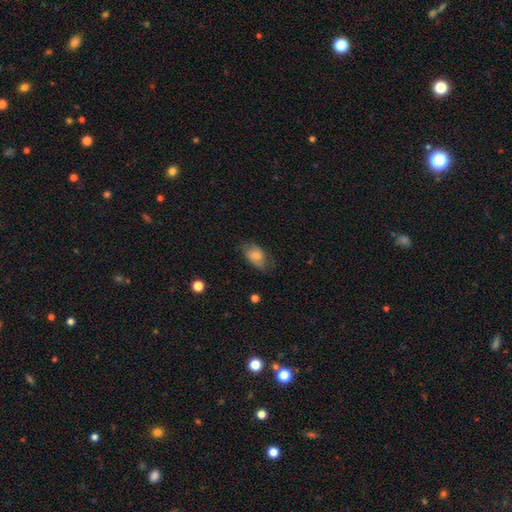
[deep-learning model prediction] Morphology: type=smooth (72%); roundness=in between (88%); merging=none (61%).